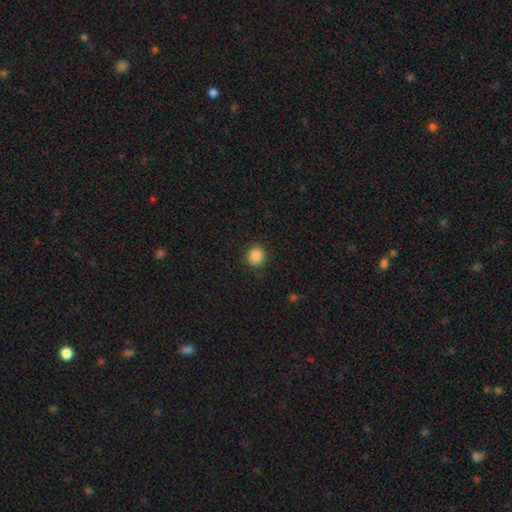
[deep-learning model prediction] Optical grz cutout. It shows a smooth galaxy with no disk features (87%) that is round (80%). Merging: none (88%).